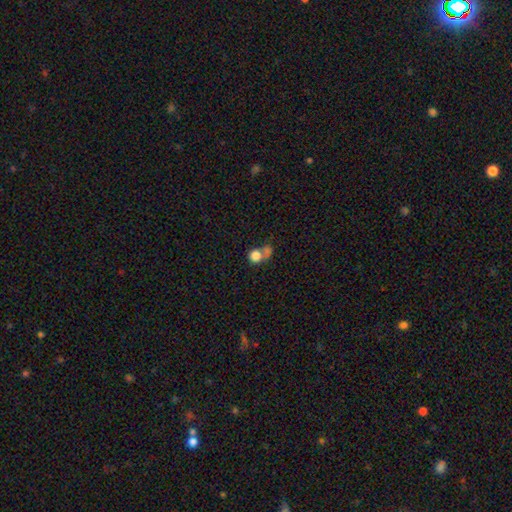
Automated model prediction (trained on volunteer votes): Overall: smooth (77%). How rounded: round (81%). Merging: merger (52%; none 31%).